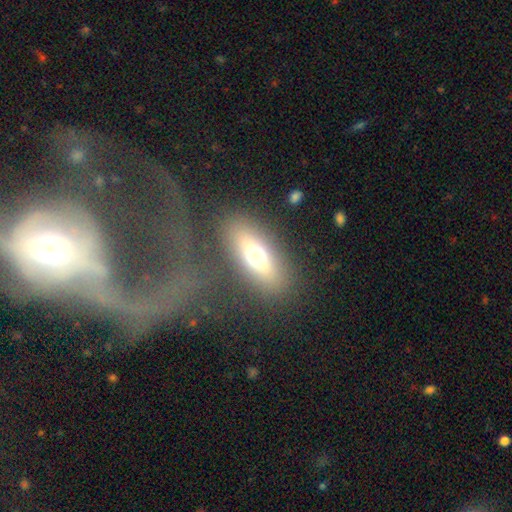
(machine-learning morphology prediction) smooth 63%, featured or disk 27%, star or artifact 10%. Down the decision tree: how rounded — in between (69%); merging — none (78%).